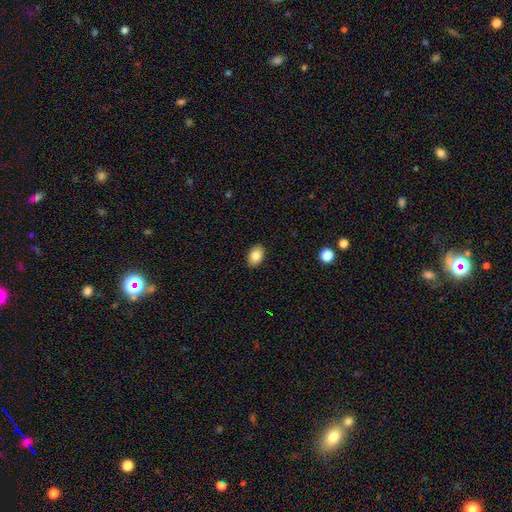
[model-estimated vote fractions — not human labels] smooth-or-featured: smooth: 85% | star or artifact: 8% | featured or disk: 7%
  how-rounded: in between: 81% | round: 18% | cigar-shaped: 1%
  merging: none: 90% | minor disturbance: 7% | major disturbance: 2% | merger: 1%